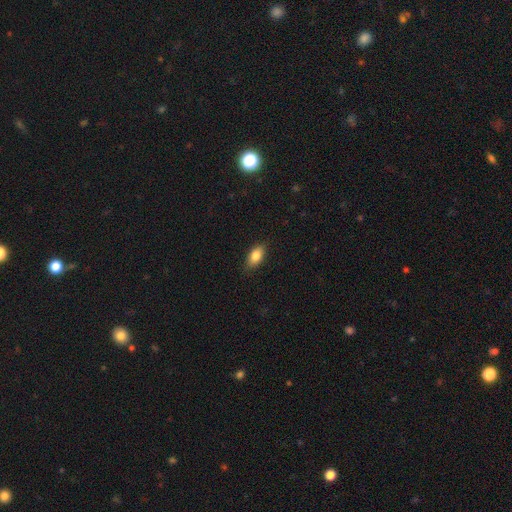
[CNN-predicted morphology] A smooth galaxy with no disk features (84%) that is in between round and cigar-shaped (88%). Merging: none (84%).